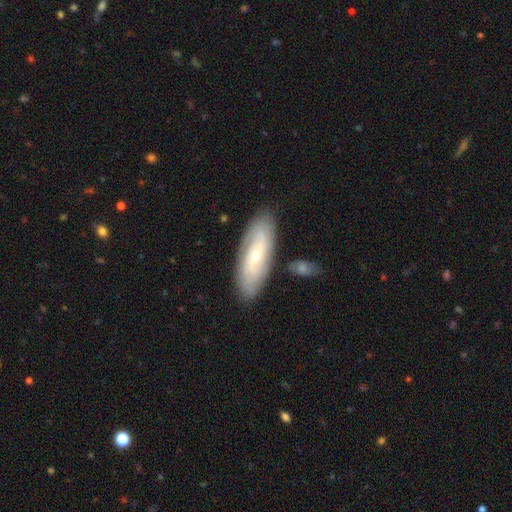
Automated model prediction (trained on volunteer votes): Q: Smooth or featured?
A: featured or disk (68%); runner-up: smooth (26%)
Q: Edge-on disk?
A: no (84%); runner-up: yes (16%)
Q: Bar?
A: no (49%); runner-up: weak (36%)
Q: Spiral arms?
A: yes (83%); runner-up: no (17%)
Q: Bulge size?
A: small (70%); runner-up: moderate (26%)
Q: Merging?
A: none (82%); runner-up: minor disturbance (12%)